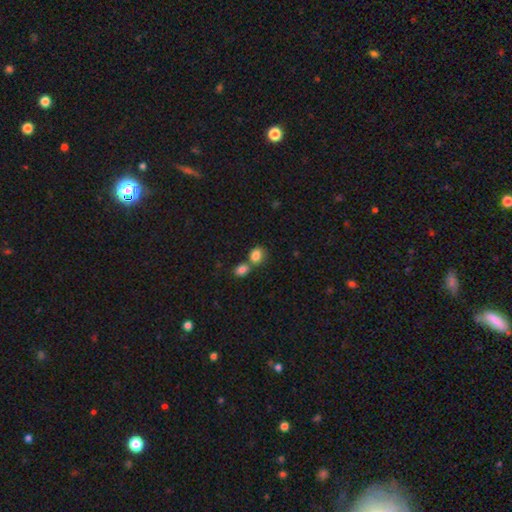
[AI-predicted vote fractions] smooth_or_featured: smooth (p=0.84) [alt: star or artifact p=0.09]
how_rounded: round (p=0.60) [alt: in between p=0.39]
merging: merger (p=0.49) [alt: none p=0.39]